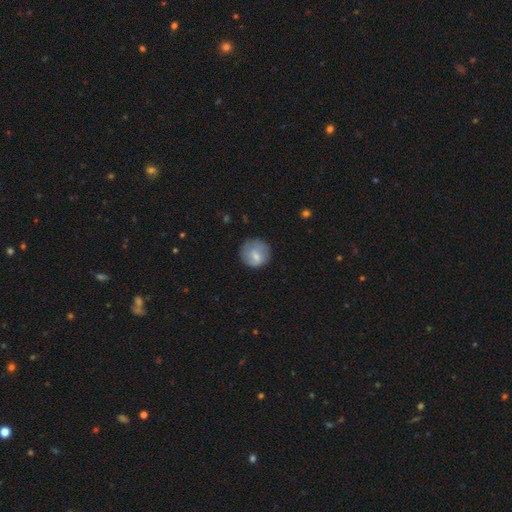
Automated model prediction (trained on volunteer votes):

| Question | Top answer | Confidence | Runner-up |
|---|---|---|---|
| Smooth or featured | smooth | 66% | featured or disk (27%) |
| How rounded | round | 89% | in between (10%) |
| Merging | none | 76% | minor disturbance (17%) |